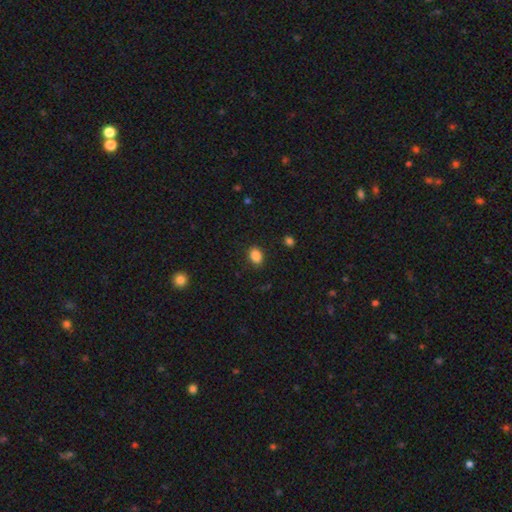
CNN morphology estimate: The model was most divided on "how rounded": in between: 71%, round: 28%, cigar-shaped: 1%. More confident: smooth or featured — smooth (88%); merging — none (87%).